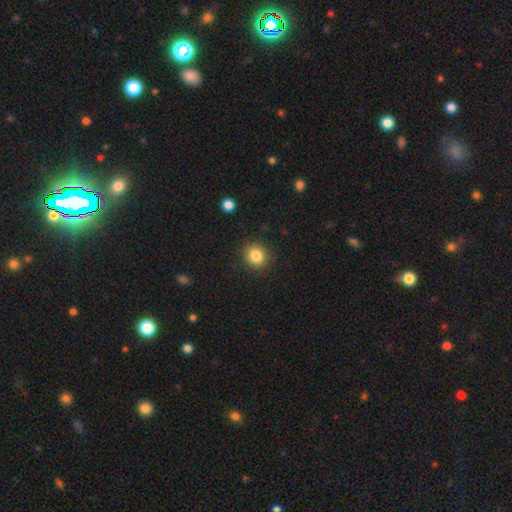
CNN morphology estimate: smooth_or_featured: smooth (p=0.84) [alt: star or artifact p=0.10]
how_rounded: round (p=0.81) [alt: in between p=0.18]
merging: none (p=0.89) [alt: minor disturbance p=0.07]